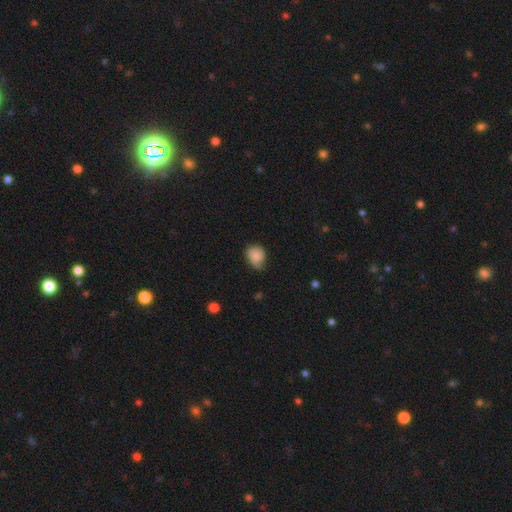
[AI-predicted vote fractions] Smooth or featured: smooth — 79% (featured or disk — 13%)
How rounded: round — 54% (in between — 45%)
Merging: none — 45% (minor disturbance — 42%)